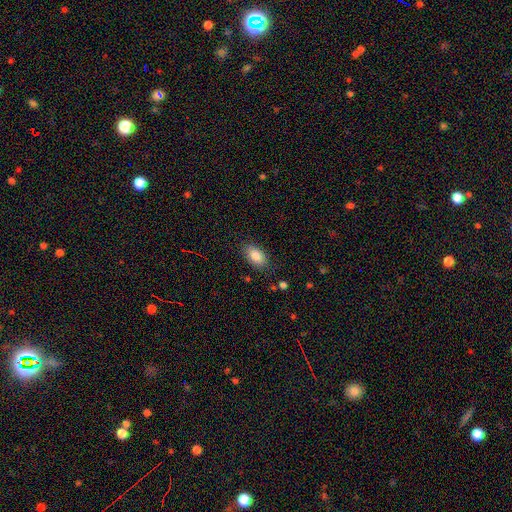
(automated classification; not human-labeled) smooth 85%, star or artifact 7%, featured or disk 7%. Down the decision tree: how rounded — in between (92%); merging — none (84%).